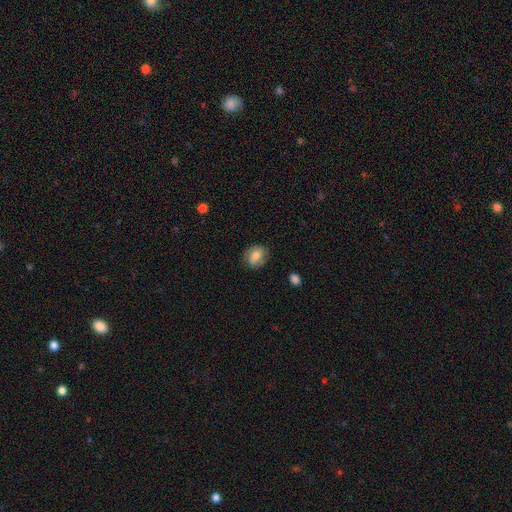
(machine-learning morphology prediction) This is likely a smooth galaxy (72%). How rounded: possibly round (52%). Merging: likely none (76%).